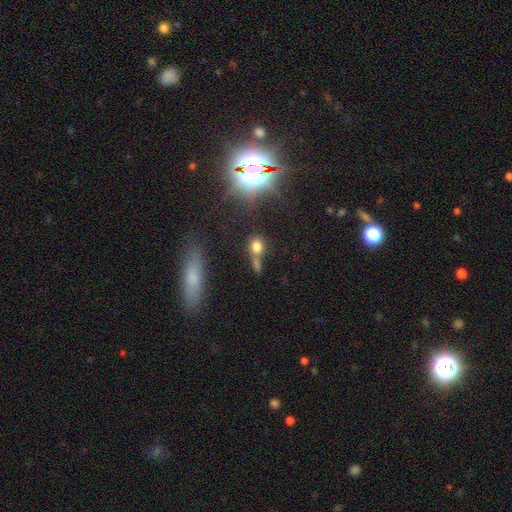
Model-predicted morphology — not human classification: Q: Smooth or featured?
A: smooth (55%); runner-up: star or artifact (31%)
Q: How rounded?
A: round (54%); runner-up: in between (34%)
Q: Merging?
A: none (57%); runner-up: merger (22%)